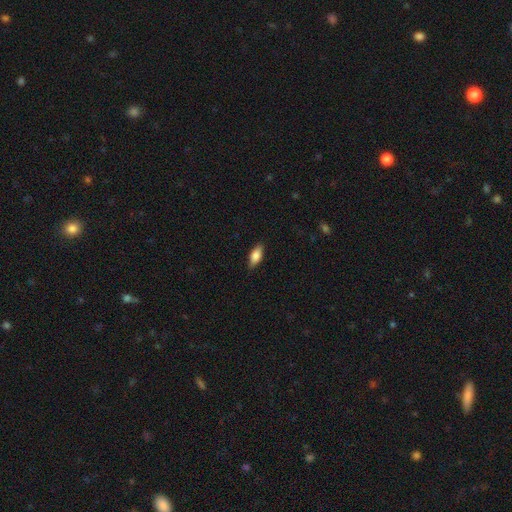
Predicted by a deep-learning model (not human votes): This is likely a smooth galaxy (79%). How rounded: clearly in between (81%). Merging: clearly none (85%).